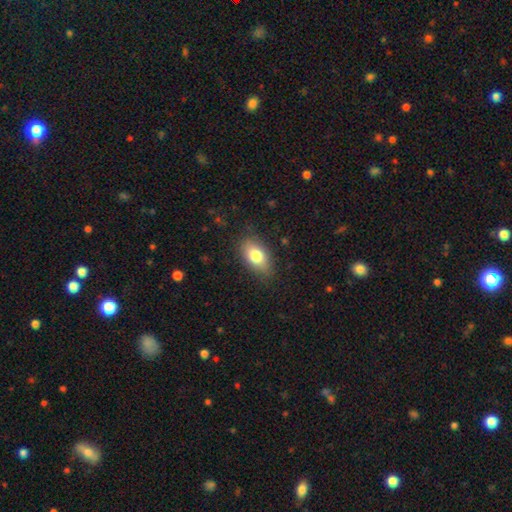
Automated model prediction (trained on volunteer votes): smooth_or_featured: smooth (p=0.78) [alt: featured or disk p=0.14]
how_rounded: in between (p=0.89) [alt: round p=0.07]
merging: none (p=0.81) [alt: minor disturbance p=0.14]